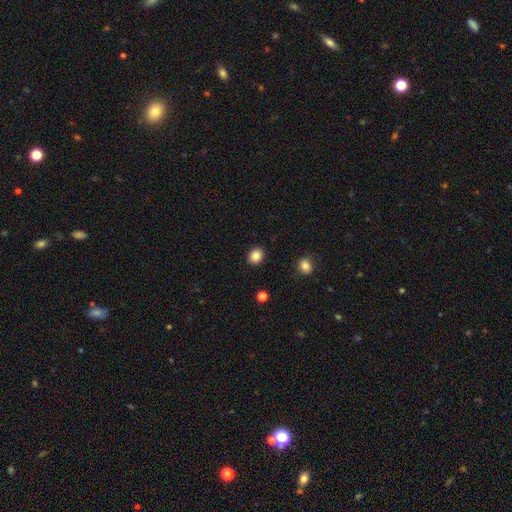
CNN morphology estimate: Smooth or featured: smooth — 85% (star or artifact — 10%)
How rounded: round — 76% (in between — 23%)
Merging: none — 91% (minor disturbance — 6%)